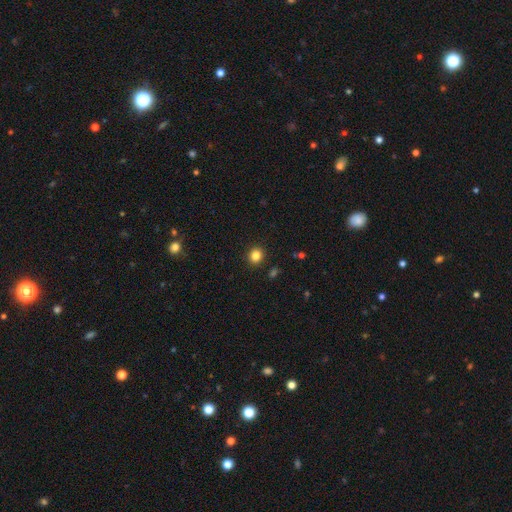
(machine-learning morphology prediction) Smooth or featured? smooth (83%)
How rounded? round (84%)
Merging? none (91%)